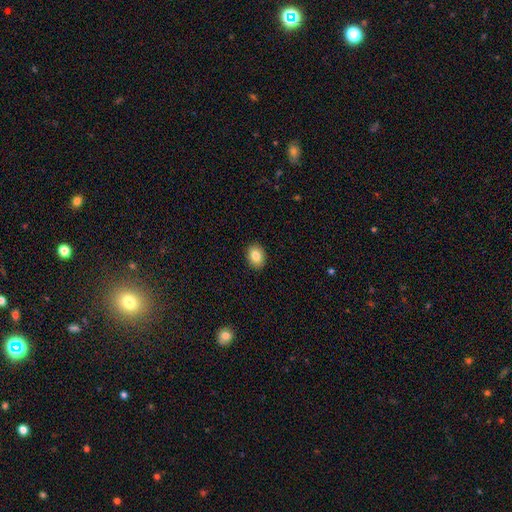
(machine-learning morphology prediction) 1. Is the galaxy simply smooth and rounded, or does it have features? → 85% smooth, 8% star or artifact, 7% featured or disk.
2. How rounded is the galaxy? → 62% in between, 37% round, 1% cigar-shaped.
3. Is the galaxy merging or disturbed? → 91% none, 7% minor disturbance, 2% major disturbance, 1% merger.